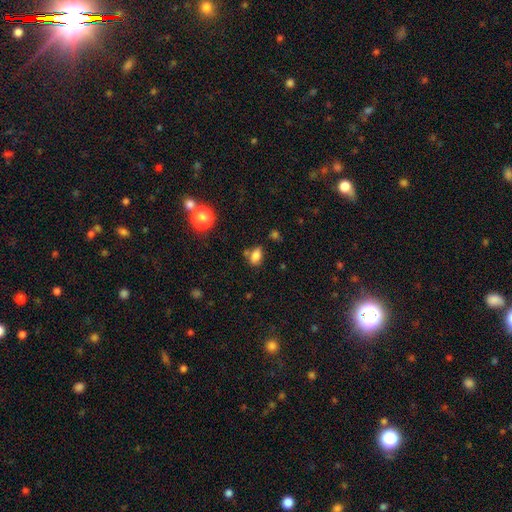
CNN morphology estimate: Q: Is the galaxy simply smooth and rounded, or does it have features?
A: smooth — 80%.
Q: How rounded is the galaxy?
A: in between — 83%.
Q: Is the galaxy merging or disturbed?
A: none — 63%.